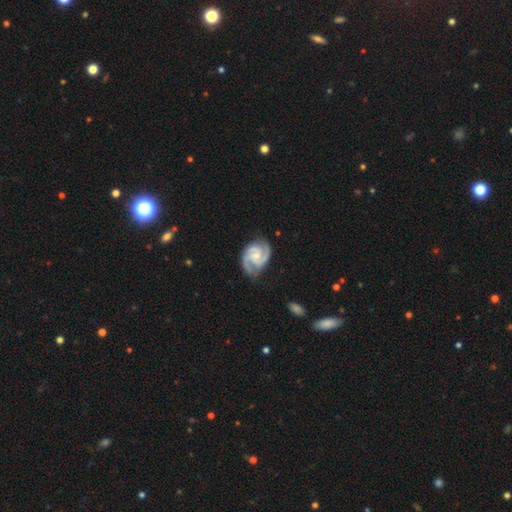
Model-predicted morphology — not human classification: Smooth or featured?
  - featured or disk: 92% *
  - smooth: 4%
  - star or artifact: 4%
Edge-on disk?
  - no: 98% *
  - yes: 2%
Bar?
  - no: 47% *
  - weak: 43%
  - strong: 10%
Spiral arms?
  - yes: 99% *
  - no: 1%
Spiral winding?
  - medium: 51% *
  - tight: 42%
  - loose: 7%
Spiral arm count?
  - 2: 87% *
  - 3: 8%
  - can't tell: 2%
  - 1: 1%
  - 4: 1%
  - more than 4: 1%
Bulge size?
  - small: 55% *
  - moderate: 31%
  - none: 11%
  - large: 2%
  - dominant: 1%
Merging?
  - none: 77% *
  - minor disturbance: 17%
  - major disturbance: 5%
  - merger: 1%